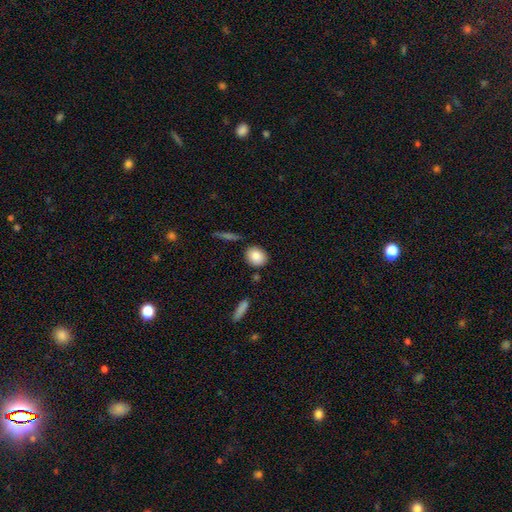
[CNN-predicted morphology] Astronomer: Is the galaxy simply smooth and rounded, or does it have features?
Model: smooth — 86%.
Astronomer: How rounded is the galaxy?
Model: round — 59% (runner-up: in between, 39%).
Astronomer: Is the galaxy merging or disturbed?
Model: none — 84%.